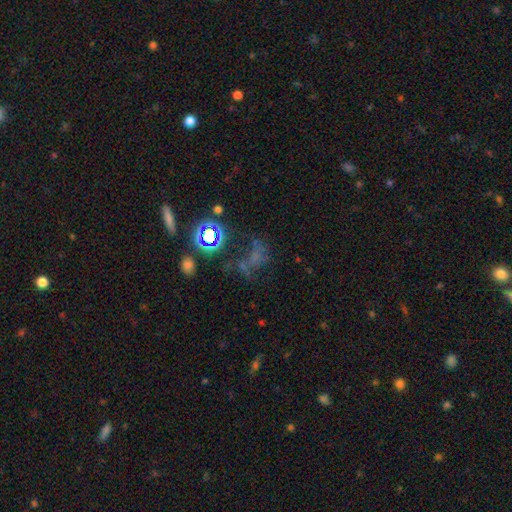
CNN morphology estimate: Smooth or featured? star or artifact (44%)